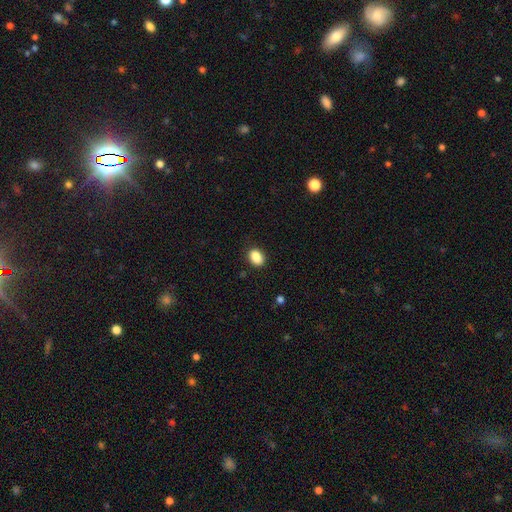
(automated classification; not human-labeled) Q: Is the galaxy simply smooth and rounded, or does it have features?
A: smooth — 88%.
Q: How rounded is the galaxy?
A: in between — 75%.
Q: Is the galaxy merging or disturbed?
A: none — 86%.